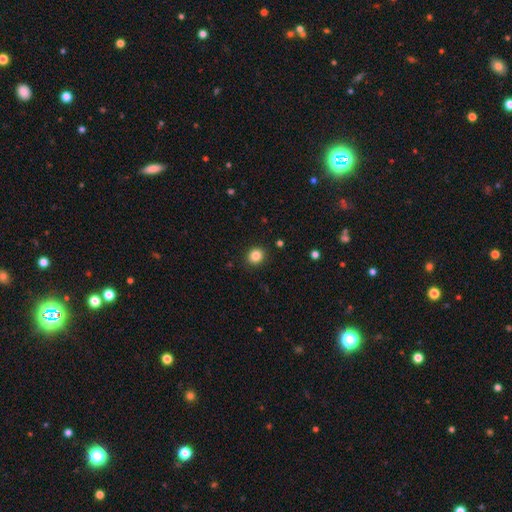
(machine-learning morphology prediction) Smooth or featured?
  - smooth: 85% *
  - star or artifact: 11%
  - featured or disk: 4%
How rounded?
  - round: 81% *
  - in between: 18%
  - cigar-shaped: 1%
Merging?
  - none: 90% *
  - minor disturbance: 7%
  - major disturbance: 2%
  - merger: 1%